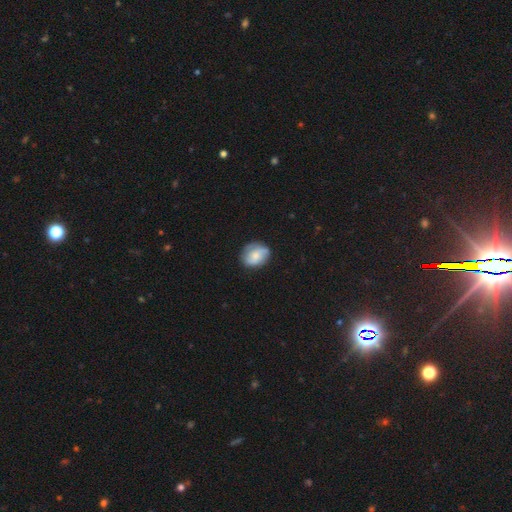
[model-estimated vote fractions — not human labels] smooth_or_featured: smooth (p=0.59) [alt: featured or disk p=0.34]
how_rounded: round (p=0.52) [alt: in between p=0.47]
merging: none (p=0.73) [alt: minor disturbance p=0.21]